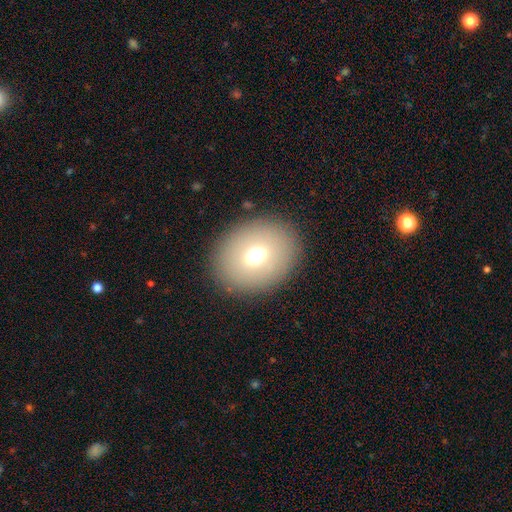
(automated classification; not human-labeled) smooth_or_featured: smooth (p=0.67) [alt: featured or disk p=0.20]
how_rounded: round (p=0.58) [alt: in between p=0.41]
merging: none (p=0.88) [alt: minor disturbance p=0.07]